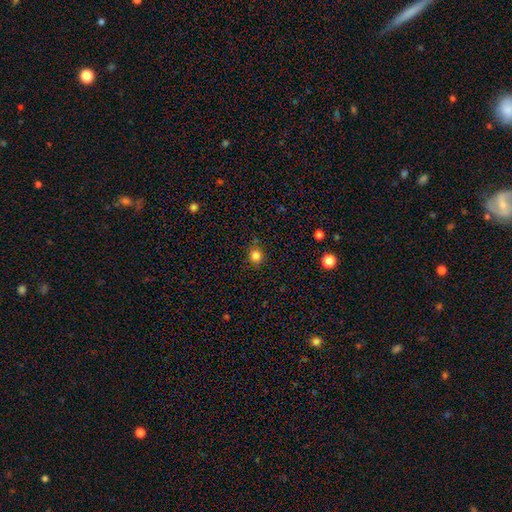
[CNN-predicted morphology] Smooth or featured: smooth — 83% (star or artifact — 13%)
How rounded: round — 82% (in between — 17%)
Merging: none — 83% (minor disturbance — 12%)